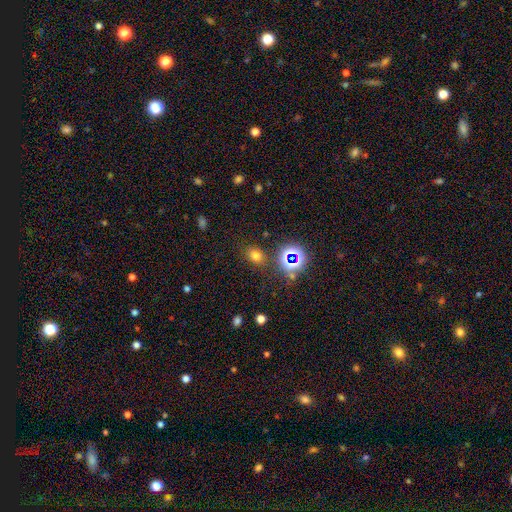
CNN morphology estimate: The model was most divided on "how rounded": in between: 58%, round: 41%, cigar-shaped: 1%. More confident: merging — none (82%); smooth or featured — smooth (66%).